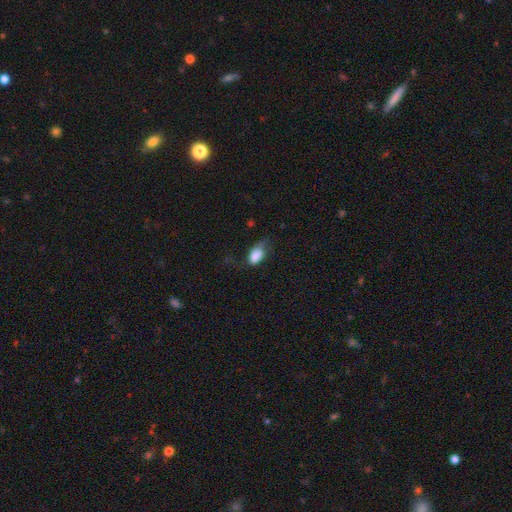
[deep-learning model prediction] Q: Smooth or featured?
A: smooth (82%); runner-up: featured or disk (10%)
Q: How rounded?
A: in between (90%); runner-up: round (8%)
Q: Merging?
A: none (36%); runner-up: minor disturbance (33%)